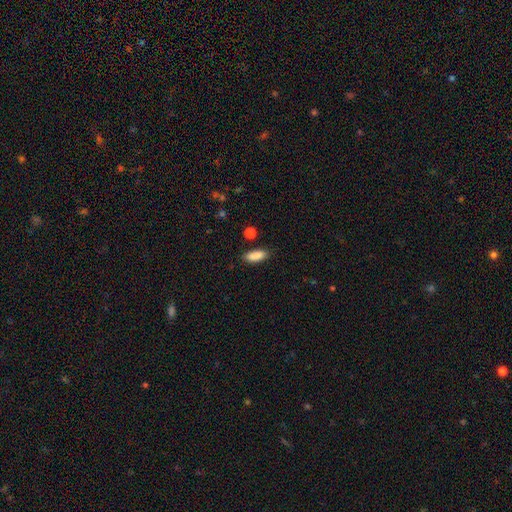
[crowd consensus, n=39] This appears to be a smooth galaxy with no disk features (90%) that is in between round and cigar-shaped (71%). Merging: none (67%).